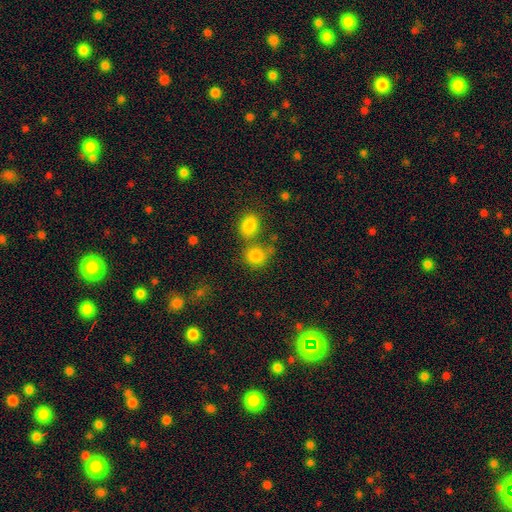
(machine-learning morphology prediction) Smooth or featured? smooth (82%)
How rounded? round (72%)
Merging? none (55%)